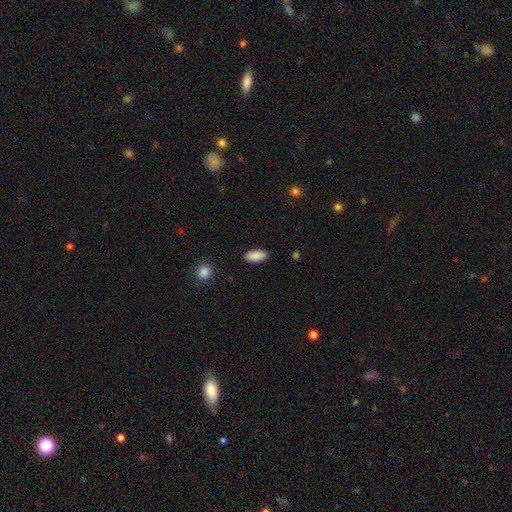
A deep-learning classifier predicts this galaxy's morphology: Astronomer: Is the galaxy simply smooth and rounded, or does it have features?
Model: smooth — 90%.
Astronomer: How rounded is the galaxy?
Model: in between — 92%.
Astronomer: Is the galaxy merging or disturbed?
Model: none — 89%.